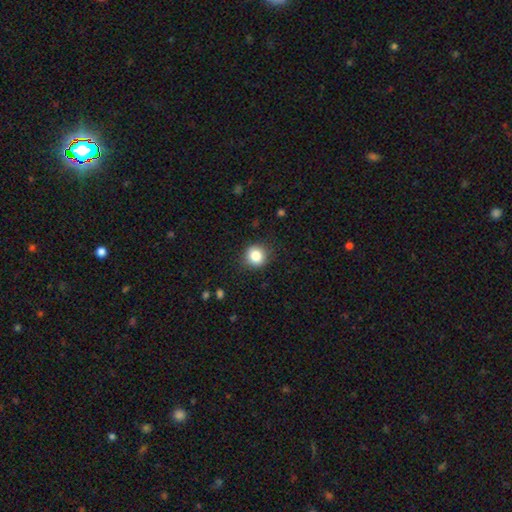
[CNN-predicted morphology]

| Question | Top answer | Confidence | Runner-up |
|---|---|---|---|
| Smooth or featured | smooth | 85% | star or artifact (10%) |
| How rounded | round | 89% | in between (10%) |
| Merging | none | 87% | minor disturbance (9%) |